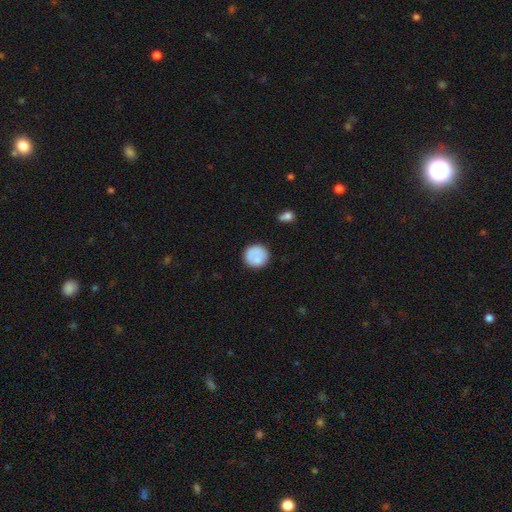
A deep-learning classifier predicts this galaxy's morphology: smooth_or_featured: smooth (p=0.78) [alt: featured or disk p=0.15]
how_rounded: round (p=0.91) [alt: in between p=0.08]
merging: none (p=0.78) [alt: minor disturbance p=0.13]